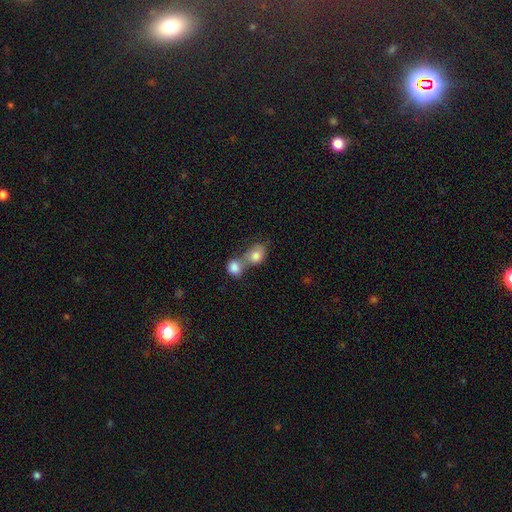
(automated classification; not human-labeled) The model was most divided on "how rounded": in between: 51%, round: 48%, cigar-shaped: 1%. More confident: smooth or featured — smooth (81%); merging — merger (66%).